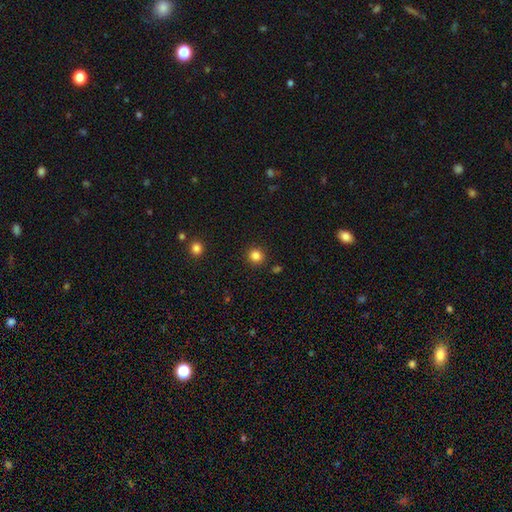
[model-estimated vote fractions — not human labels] Smooth or featured?
  - smooth: 84% *
  - star or artifact: 12%
  - featured or disk: 4%
How rounded?
  - round: 92% *
  - in between: 8%
  - cigar-shaped: 1%
Merging?
  - none: 90% *
  - minor disturbance: 6%
  - major disturbance: 2%
  - merger: 2%